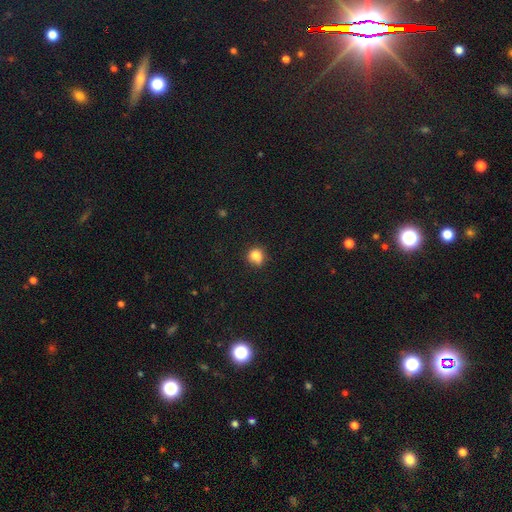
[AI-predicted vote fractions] Smooth or featured? smooth (83%)
How rounded? round (76%)
Merging? none (71%)